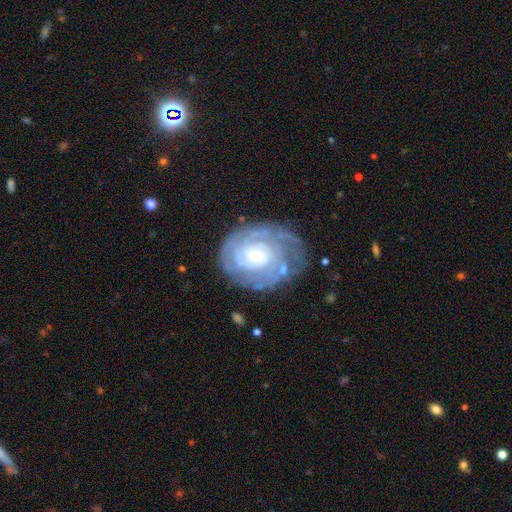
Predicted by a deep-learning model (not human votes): The model was most divided on "spiral arm count": can't tell: 43%, 2: 19%, 3: 15%, 4: 11%, more than 4: 6%, 1: 6%. More confident: edge-on disk — no (97%); spiral arms — yes (93%); smooth or featured — featured or disk (83%); spiral winding — tight (77%); bar — no (74%); bulge size — small (70%); merging — none (69%).